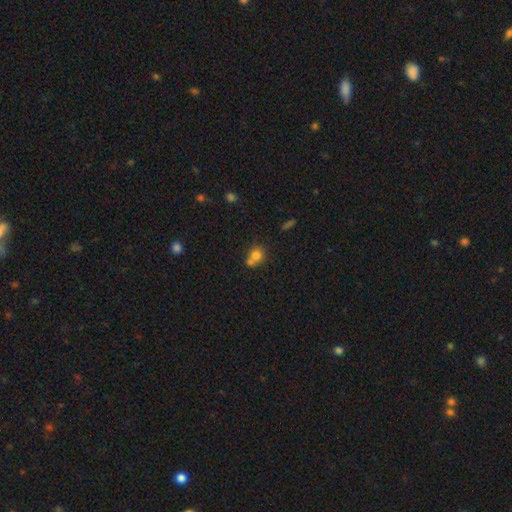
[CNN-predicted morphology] Smooth or featured? smooth (74%)
How rounded? round (75%)
Merging? merger (46%)